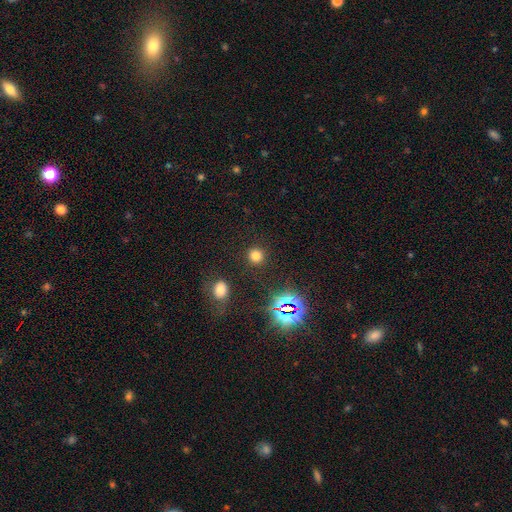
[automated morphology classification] smooth_or_featured: smooth (p=0.74) [alt: star or artifact p=0.21]
how_rounded: round (p=0.91) [alt: in between p=0.08]
merging: none (p=0.90) [alt: minor disturbance p=0.06]